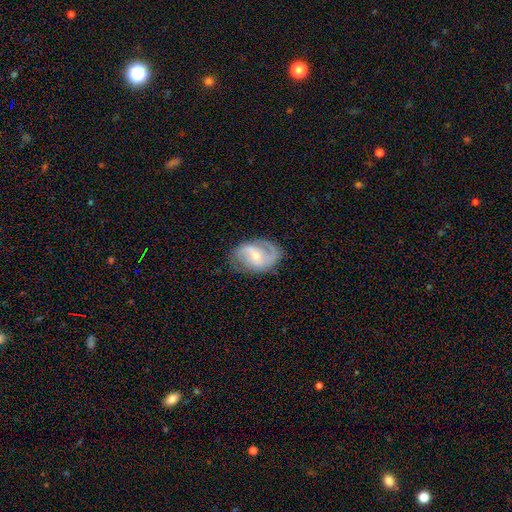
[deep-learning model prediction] A featured or disk galaxy (79%) with a weak bar (44%), 2 (71%) medium (47%) spiral arms (92%) and a small central bulge (54%).

Vote fractions:
- Smooth or featured? featured or disk: 79% / smooth: 15% / star or artifact: 6%
- Edge-on disk? no: 96% / yes: 4%
- Bar? weak: 44% / no: 42% / strong: 15%
- Spiral arms? yes: 92% / no: 8%
- Spiral winding? medium: 47% / tight: 28% / loose: 25%
- Spiral arm count? 2: 71% / can't tell: 12% / 1: 9% / 3: 5% / 4: 2% / more than 4: 2%
- Bulge size? small: 54% / moderate: 43% / large: 2% / none: 1% / dominant: 1%
- Merging? none: 71% / minor disturbance: 19% / major disturbance: 9% / merger: 1%